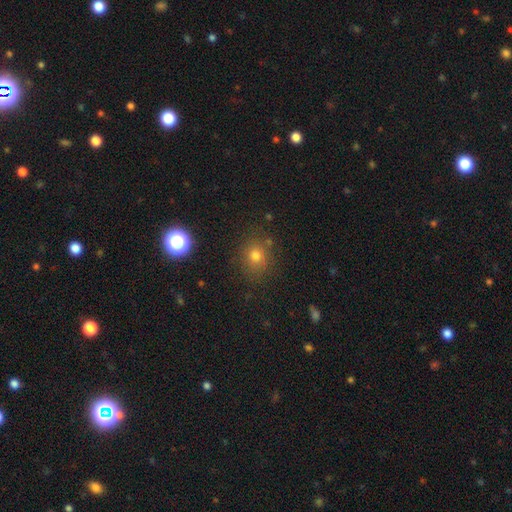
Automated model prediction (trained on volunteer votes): Smooth or featured?
  - smooth: 72% *
  - star or artifact: 20%
  - featured or disk: 8%
How rounded?
  - round: 81% *
  - in between: 18%
  - cigar-shaped: 1%
Merging?
  - none: 83% *
  - minor disturbance: 10%
  - major disturbance: 3%
  - merger: 3%